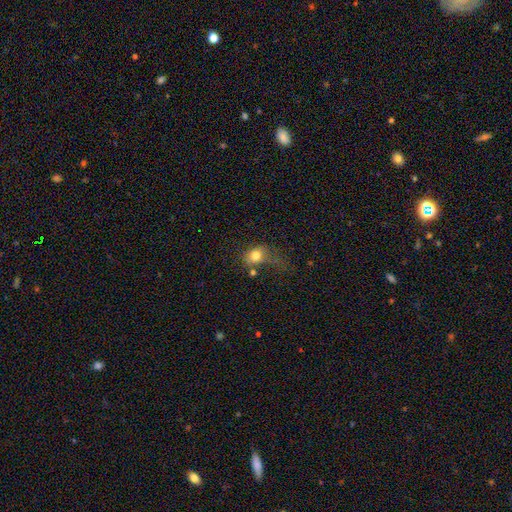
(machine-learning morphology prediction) type=smooth (77%); roundness=round (51%); merging=none (33%).